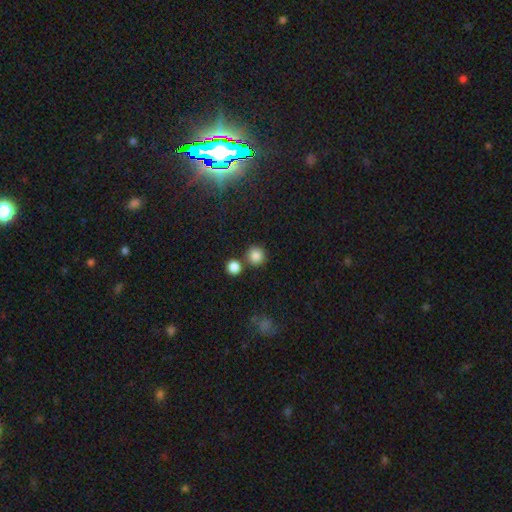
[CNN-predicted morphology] Overall: smooth (85%). How rounded: round (92%). Merging: none (75%).